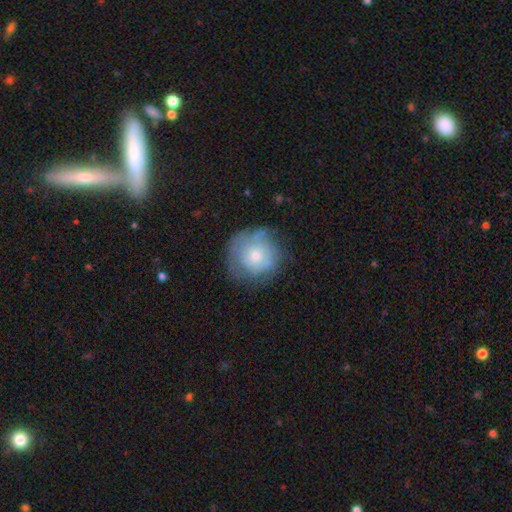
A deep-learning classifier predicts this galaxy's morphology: smooth_or_featured: smooth (p=0.56) [alt: featured or disk p=0.36]
how_rounded: round (p=0.91) [alt: in between p=0.08]
merging: none (p=0.63) [alt: minor disturbance p=0.24]